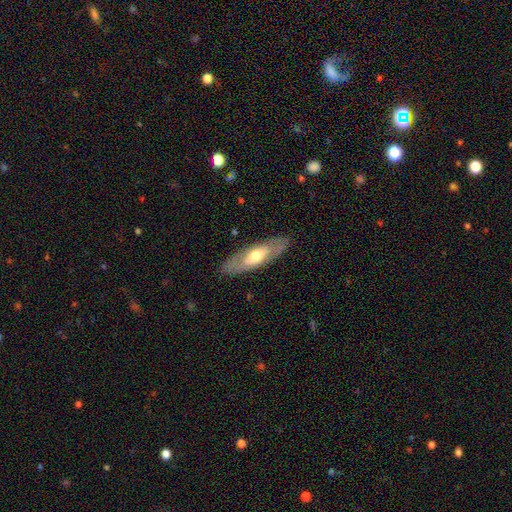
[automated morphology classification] smooth_or_featured: featured or disk (p=0.48) [alt: smooth p=0.47]
merging: none (p=0.85) [alt: minor disturbance p=0.11]